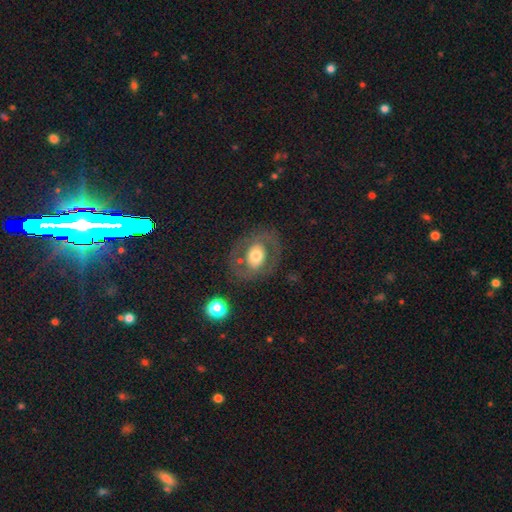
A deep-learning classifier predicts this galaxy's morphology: Smooth or featured?
  - featured or disk: 55% *
  - smooth: 38%
  - star or artifact: 7%
Edge-on disk?
  - no: 95% *
  - yes: 5%
Bar?
  - no: 72% *
  - weak: 19%
  - strong: 9%
Spiral arms?
  - no: 62% *
  - yes: 38%
Bulge size?
  - moderate: 53% *
  - large: 34%
  - small: 7%
  - dominant: 4%
  - none: 1%
Merging?
  - none: 74% *
  - minor disturbance: 13%
  - major disturbance: 10%
  - merger: 2%